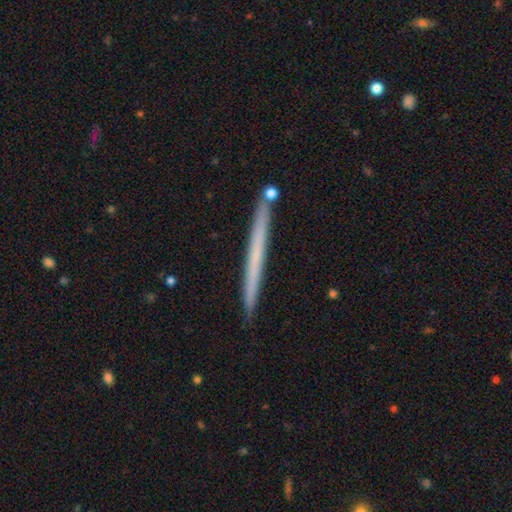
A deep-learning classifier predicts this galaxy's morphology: Q: Smooth or featured?
A: smooth (49%); runner-up: featured or disk (46%)
Q: Merging?
A: none (89%); runner-up: minor disturbance (6%)